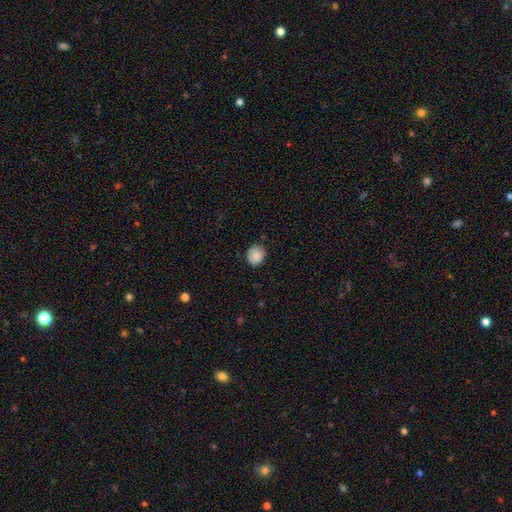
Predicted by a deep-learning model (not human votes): This is clearly a smooth galaxy (87%). How rounded: likely round (76%). Merging: clearly none (81%).